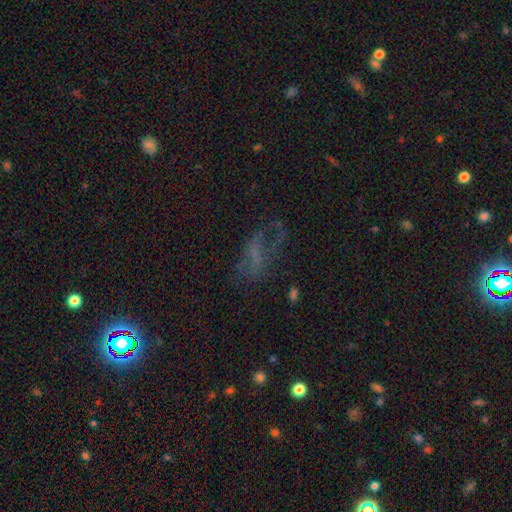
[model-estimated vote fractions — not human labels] featured or disk 39%, star or artifact 32%, smooth 30%. Down the decision tree: merging — none (44%).